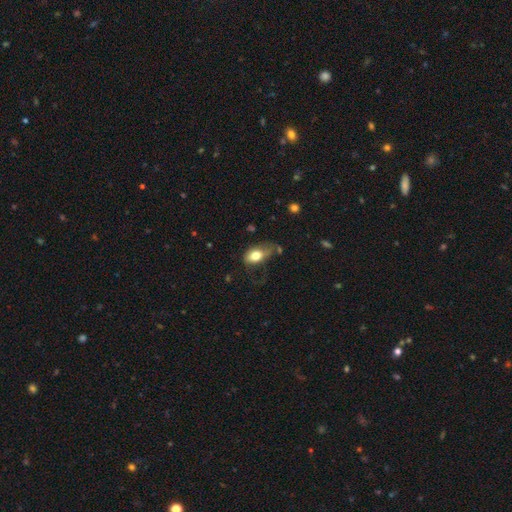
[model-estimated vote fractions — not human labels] A smooth galaxy with no disk features (74%) that is in between round and cigar-shaped (88%). Merging: none (37%).